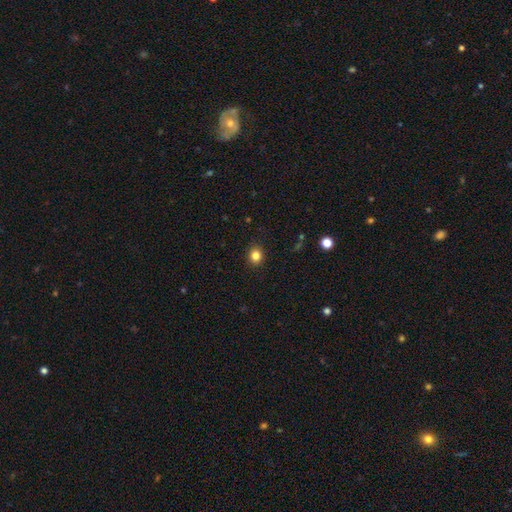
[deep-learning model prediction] smooth_or_featured: smooth (p=0.83) [alt: star or artifact p=0.12]
how_rounded: round (p=0.80) [alt: in between p=0.20]
merging: none (p=0.90) [alt: minor disturbance p=0.07]